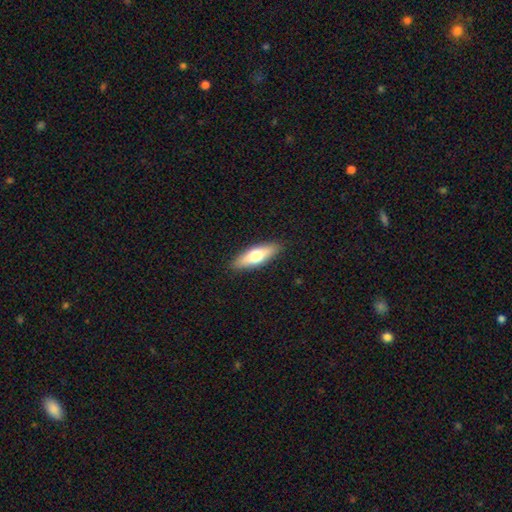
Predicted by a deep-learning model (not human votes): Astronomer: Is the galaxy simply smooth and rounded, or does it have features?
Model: smooth — 63%.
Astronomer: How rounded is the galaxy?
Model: in between — 50% (runner-up: cigar-shaped, 47%).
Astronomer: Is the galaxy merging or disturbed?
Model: none — 89%.